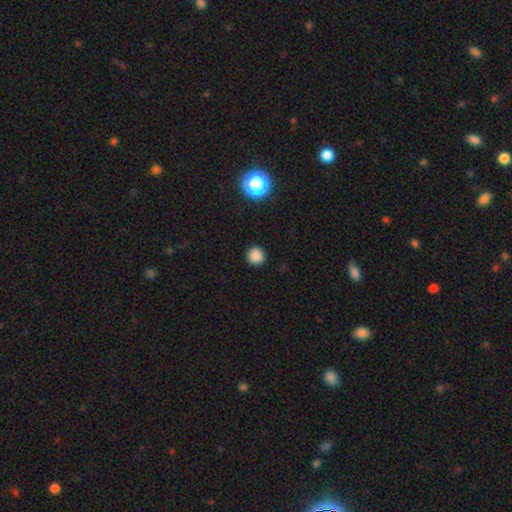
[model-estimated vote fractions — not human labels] This is clearly a smooth galaxy (84%). How rounded: clearly round (94%). Merging: clearly none (92%).